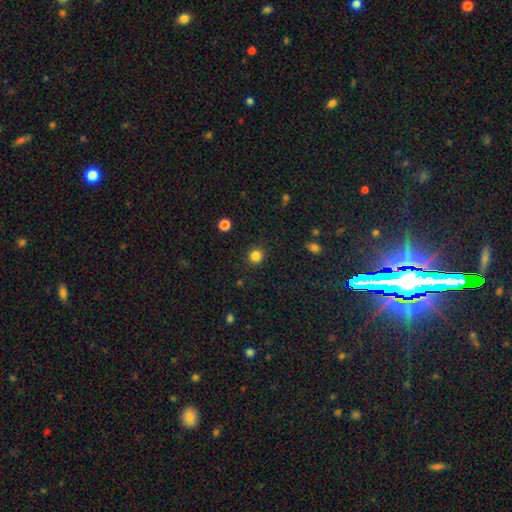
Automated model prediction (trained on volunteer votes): smooth-or-featured: smooth: 84% | star or artifact: 12% | featured or disk: 4%
  how-rounded: round: 90% | in between: 9% | cigar-shaped: 1%
  merging: none: 91% | minor disturbance: 6% | major disturbance: 2% | merger: 1%